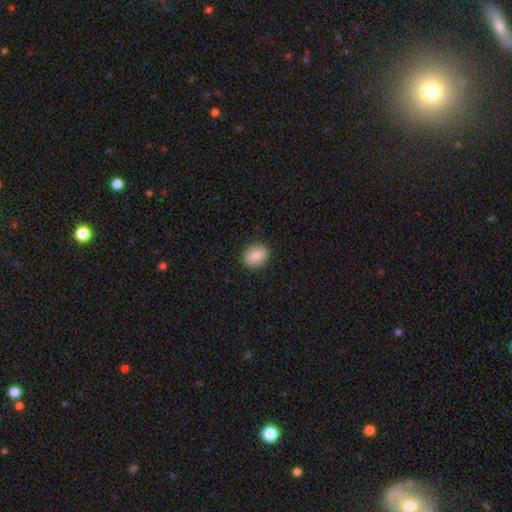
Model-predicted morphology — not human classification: Overall: smooth (86%). How rounded: in between (51%; round 48%). Merging: none (89%).